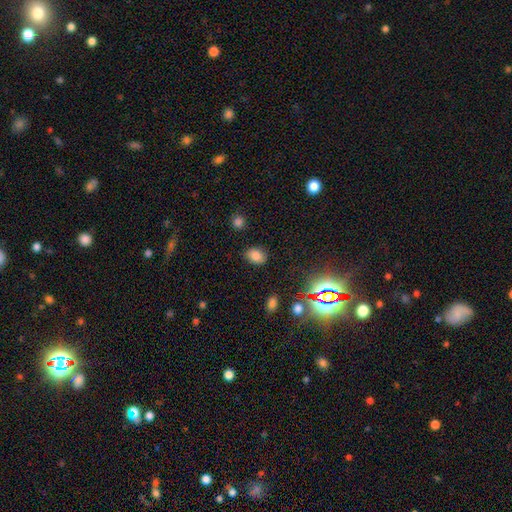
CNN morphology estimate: Overall: smooth (79%). How rounded: in between (67%; round 32%). Merging: none (83%).